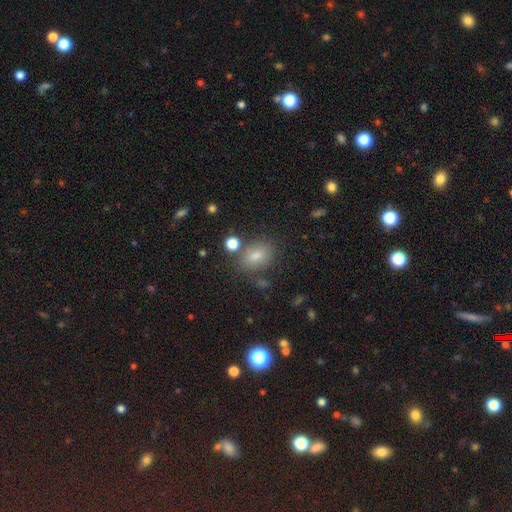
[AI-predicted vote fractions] Smooth or featured: smooth — 73% (star or artifact — 17%)
How rounded: in between — 65% (round — 34%)
Merging: none — 77% (minor disturbance — 12%)